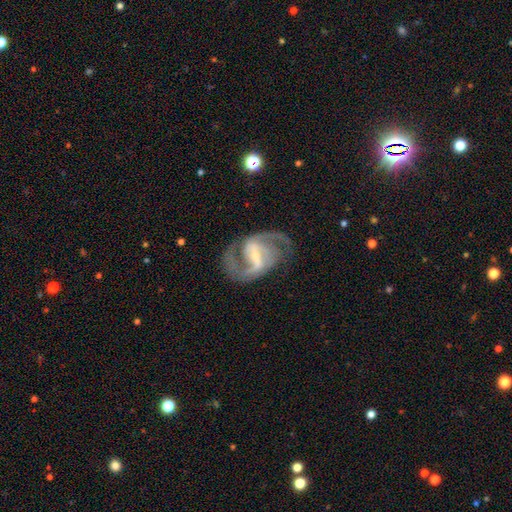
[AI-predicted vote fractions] A featured or disk galaxy (91%) with a strong bar (55%), 2 (87%) medium (61%) spiral arms (97%) and a small central bulge (60%). Merging: none (74%).